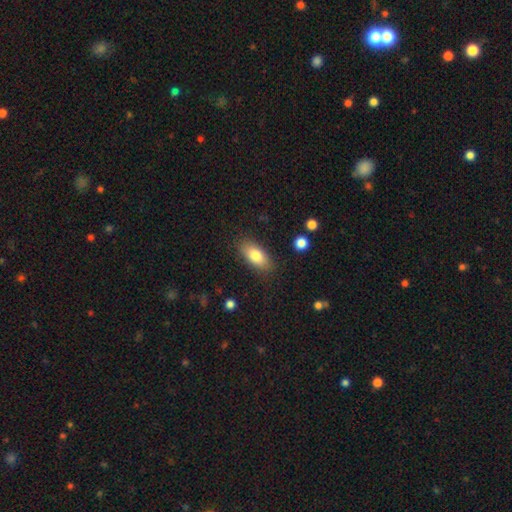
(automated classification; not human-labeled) Q: Smooth or featured?
A: smooth (79%); runner-up: featured or disk (13%)
Q: How rounded?
A: in between (86%); runner-up: cigar-shaped (10%)
Q: Merging?
A: none (84%); runner-up: minor disturbance (11%)